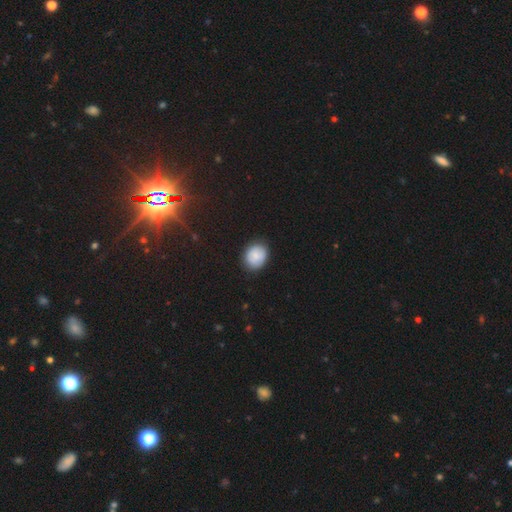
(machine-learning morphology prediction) smooth_or_featured: smooth (p=0.82) [alt: featured or disk p=0.10]
how_rounded: round (p=0.59) [alt: in between p=0.40]
merging: none (p=0.84) [alt: minor disturbance p=0.12]